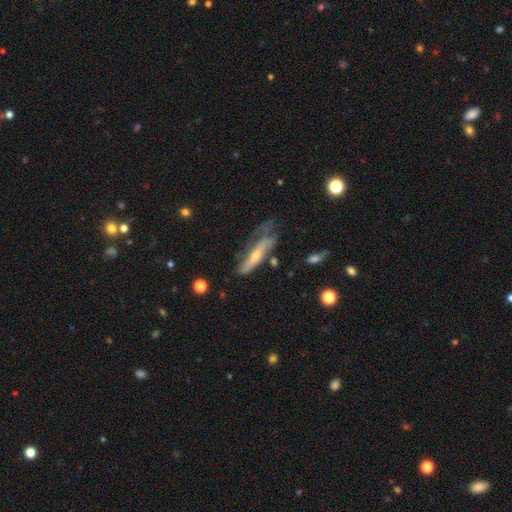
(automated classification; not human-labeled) featured or disk 56%, smooth 36%, star or artifact 8%. Down the decision tree: edge-on disk — yes (58%); merging — none (35%).